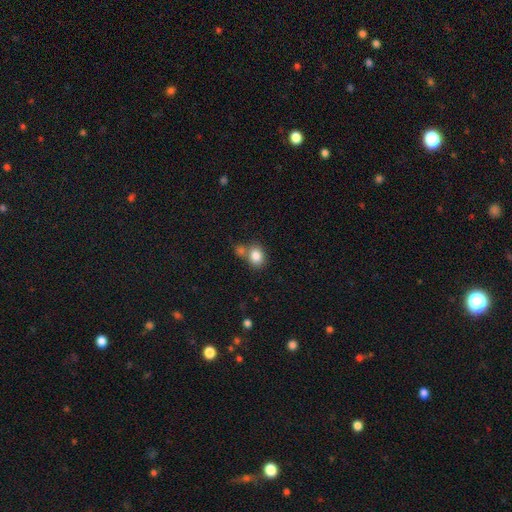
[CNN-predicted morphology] Smooth or featured? Predicted: smooth (p=0.84). How rounded? Predicted: round (p=0.56). Merging? Predicted: none (p=0.52).